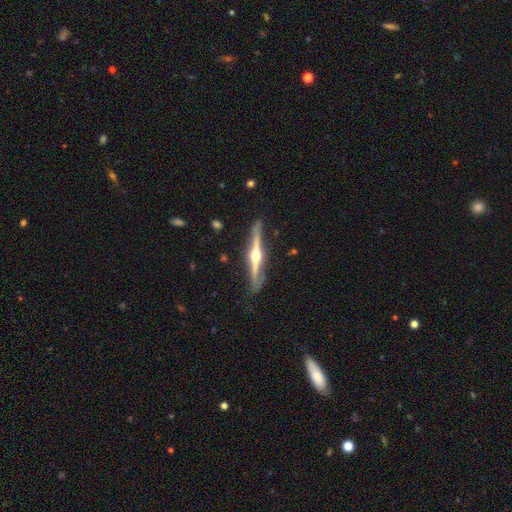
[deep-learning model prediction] A featured or disk galaxy (83%) viewed edge-on (98%) with a rounded central bulge (95%).

Vote fractions:
- Smooth or featured? featured or disk: 83% / smooth: 12% / star or artifact: 5%
- Edge-on disk? yes: 98% / no: 2%
- Edge-on bulge? rounded: 95% / none: 2% / boxy: 2%
- Merging? none: 82% / minor disturbance: 13% / major disturbance: 3% / merger: 2%